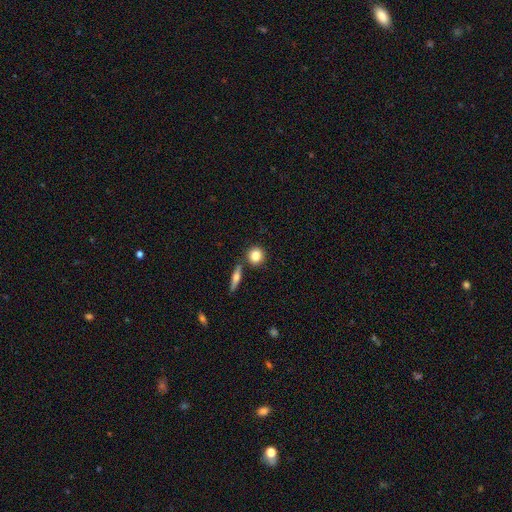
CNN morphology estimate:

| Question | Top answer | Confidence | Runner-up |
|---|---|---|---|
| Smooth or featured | smooth | 82% | featured or disk (10%) |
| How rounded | round | 86% | in between (11%) |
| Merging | none | 78% | merger (11%) |